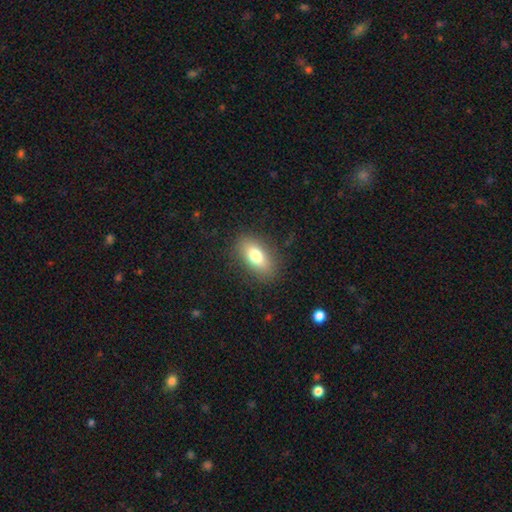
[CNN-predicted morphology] Smooth or featured? Predicted: smooth (p=0.76). How rounded? Predicted: in between (p=0.87). Merging? Predicted: none (p=0.85).